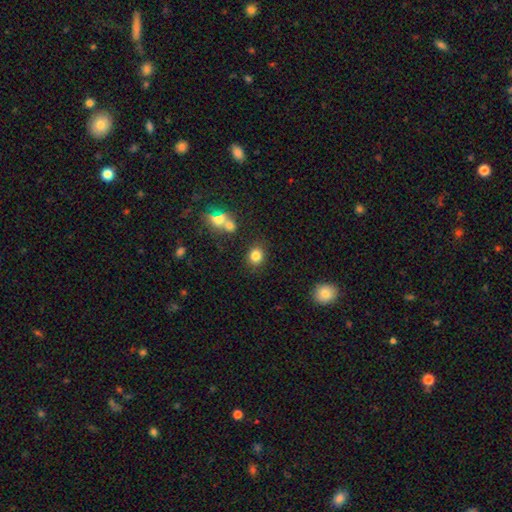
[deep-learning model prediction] The model was most divided on "how rounded": round: 70%, in between: 29%, cigar-shaped: 1%. More confident: smooth or featured — smooth (83%); merging — none (81%).